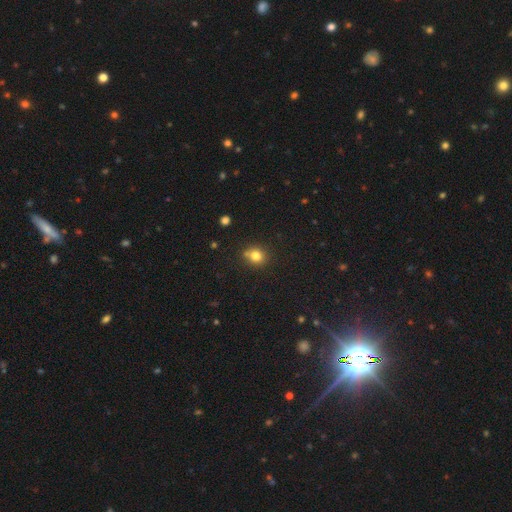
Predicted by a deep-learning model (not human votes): A smooth galaxy with no disk features (78%) that is round (84%).

Vote fractions:
- Smooth or featured? smooth: 78% / star or artifact: 14% / featured or disk: 8%
- How rounded? round: 84% / in between: 15% / cigar-shaped: 1%
- Merging? none: 72% / merger: 13% / minor disturbance: 12% / major disturbance: 3%